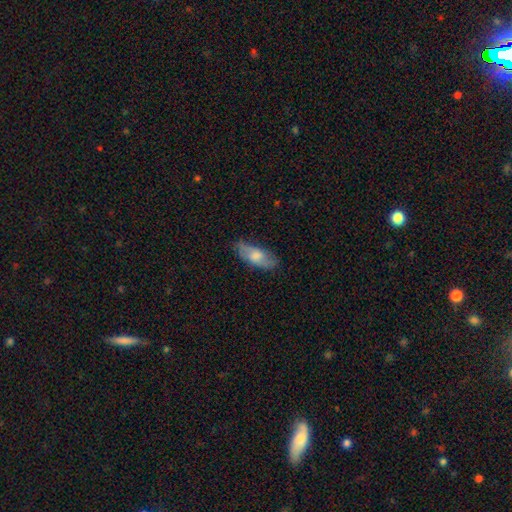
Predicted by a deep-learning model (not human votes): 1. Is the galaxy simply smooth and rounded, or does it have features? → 62% smooth, 32% featured or disk, 6% star or artifact.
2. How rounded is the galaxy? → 82% in between, 16% cigar-shaped, 2% round.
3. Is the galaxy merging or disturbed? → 68% none, 24% minor disturbance, 6% major disturbance, 1% merger.